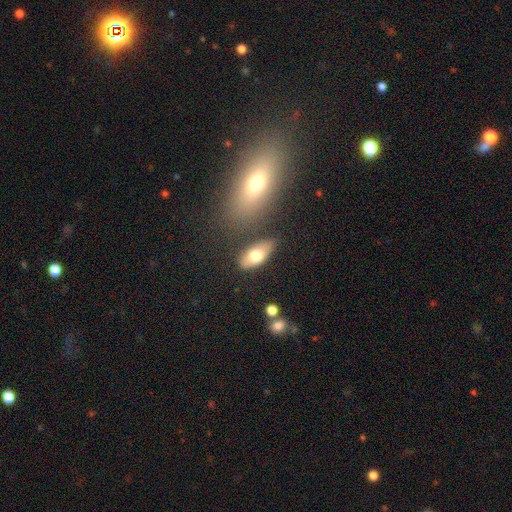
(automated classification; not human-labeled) smooth_or_featured: smooth (p=0.71) [alt: featured or disk p=0.22]
how_rounded: in between (p=0.86) [alt: cigar-shaped p=0.10]
merging: none (p=0.72) [alt: minor disturbance p=0.16]